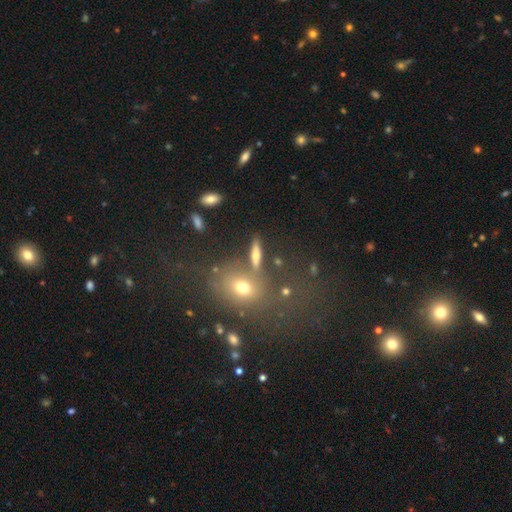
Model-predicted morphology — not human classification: Smooth or featured? smooth (55%)
How rounded? cigar-shaped (52%)
Merging? none (75%)